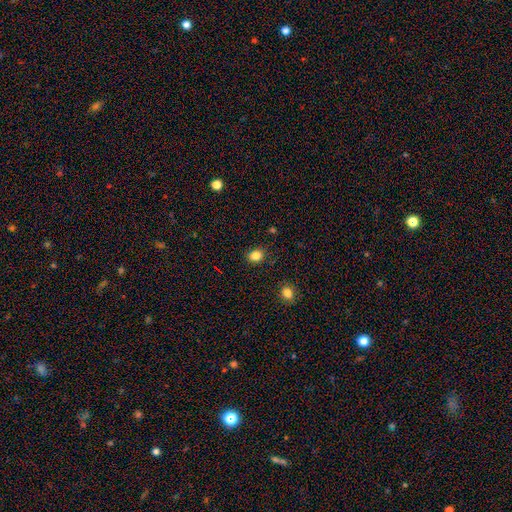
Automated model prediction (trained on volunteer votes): A smooth galaxy with no disk features (84%) that is round (58%).

Vote fractions:
- Smooth or featured? smooth: 84% / star or artifact: 11% / featured or disk: 4%
- How rounded? round: 58% / in between: 41% / cigar-shaped: 1%
- Merging? none: 87% / minor disturbance: 9% / major disturbance: 2% / merger: 2%